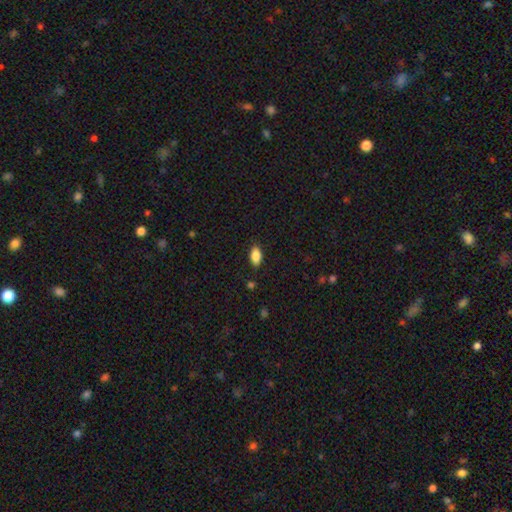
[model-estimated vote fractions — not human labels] A smooth galaxy with no disk features (86%) that is in between round and cigar-shaped (92%).

Vote fractions:
- Smooth or featured? smooth: 86% / star or artifact: 8% / featured or disk: 7%
- How rounded? in between: 92% / cigar-shaped: 5% / round: 4%
- Merging? none: 86% / minor disturbance: 11% / major disturbance: 2% / merger: 1%